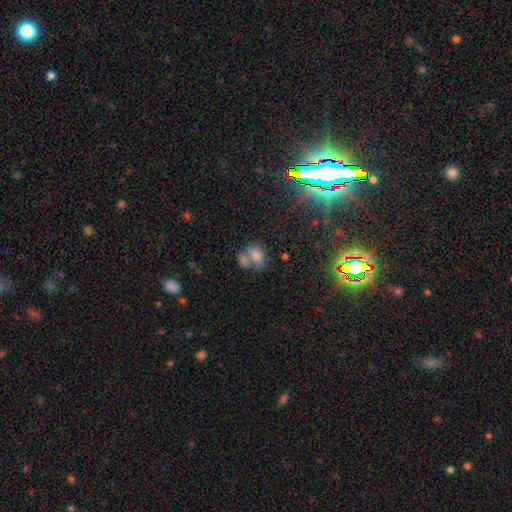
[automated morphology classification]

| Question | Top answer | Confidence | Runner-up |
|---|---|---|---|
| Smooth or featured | smooth | 68% | featured or disk (17%) |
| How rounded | in between | 69% | round (29%) |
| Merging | merger | 51% | none (27%) |